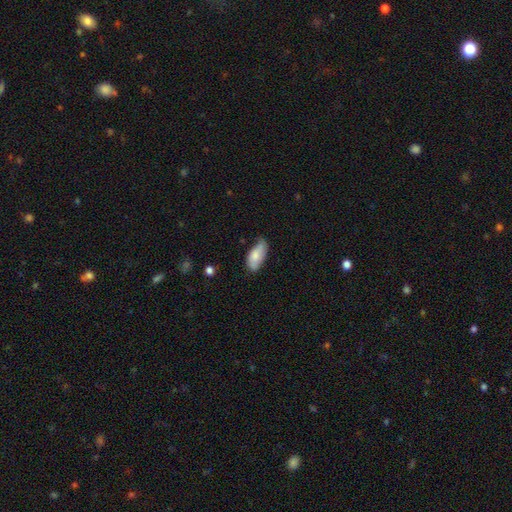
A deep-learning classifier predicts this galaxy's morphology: A smooth galaxy with no disk features (78%) that is in between round and cigar-shaped (90%). Merging: none (56%).